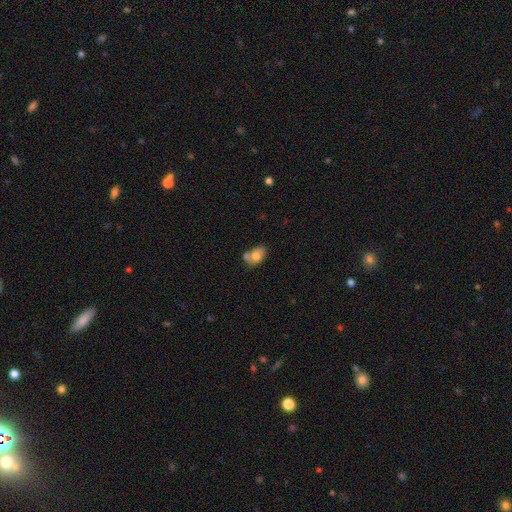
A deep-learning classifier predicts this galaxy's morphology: A smooth galaxy with no disk features (73%) that is in between round and cigar-shaped (82%).

Vote fractions:
- Smooth or featured? smooth: 73% / featured or disk: 19% / star or artifact: 9%
- How rounded? in between: 82% / round: 17% / cigar-shaped: 2%
- Merging? none: 40% / merger: 31% / minor disturbance: 21% / major disturbance: 7%